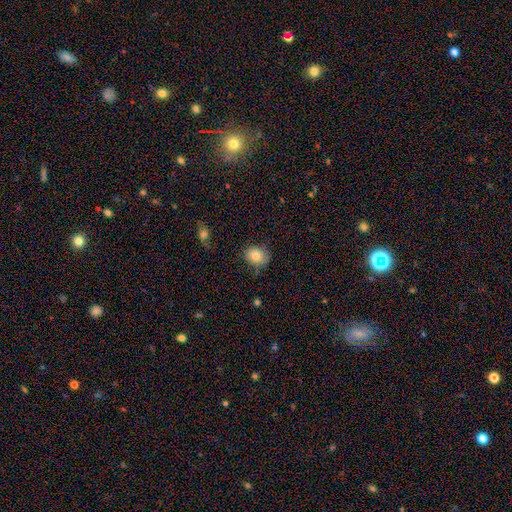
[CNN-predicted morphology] A smooth galaxy with no disk features (82%) that is round (64%). Merging: none (72%).